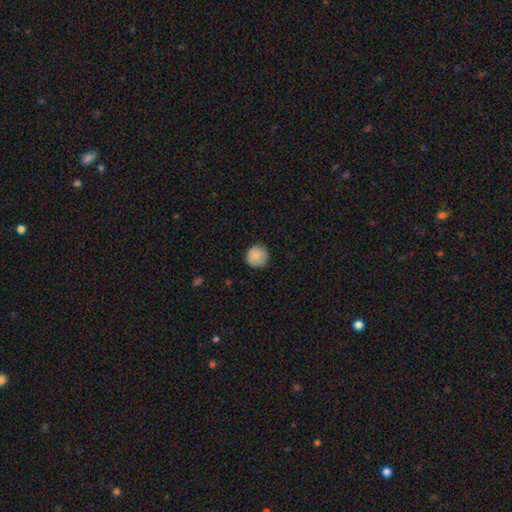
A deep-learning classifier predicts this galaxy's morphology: Q: Smooth or featured?
A: smooth (88%); runner-up: star or artifact (8%)
Q: How rounded?
A: round (94%); runner-up: in between (5%)
Q: Merging?
A: none (88%); runner-up: minor disturbance (9%)